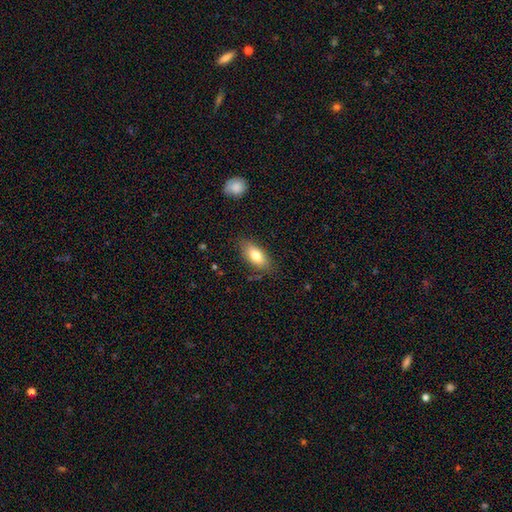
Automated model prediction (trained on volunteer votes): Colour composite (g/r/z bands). It shows a smooth galaxy with no disk features (79%) that is in between round and cigar-shaped (86%). Merging: none (81%).